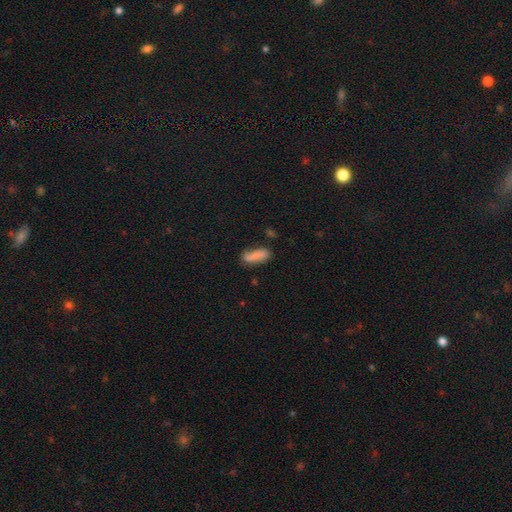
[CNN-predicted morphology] This appears to be a smooth galaxy with no disk features (72%) that is in between round and cigar-shaped (64%). Merging: none (55%).